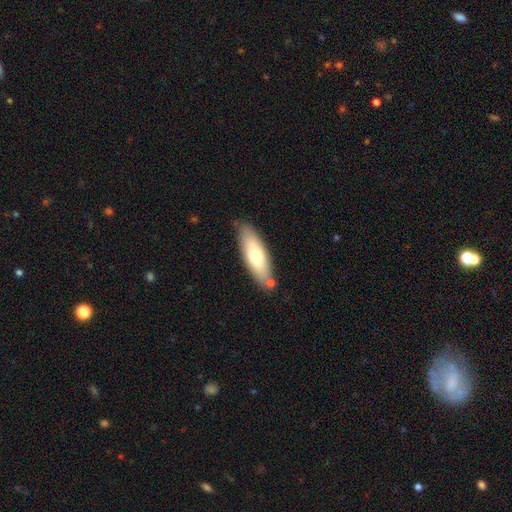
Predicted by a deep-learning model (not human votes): The model was most divided on "how rounded": in between: 52%, cigar-shaped: 46%, round: 2%. More confident: merging — none (77%); smooth or featured — smooth (66%).